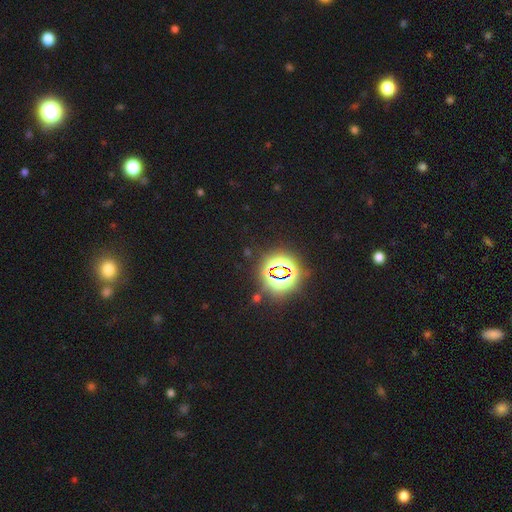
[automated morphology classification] Smooth or featured: star or artifact — 79% (smooth — 13%)